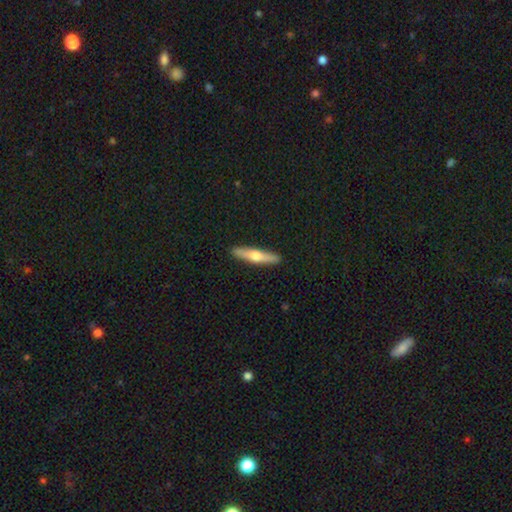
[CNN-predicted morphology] This appears to be a smooth galaxy with no disk features (48%). Merging: none (92%).